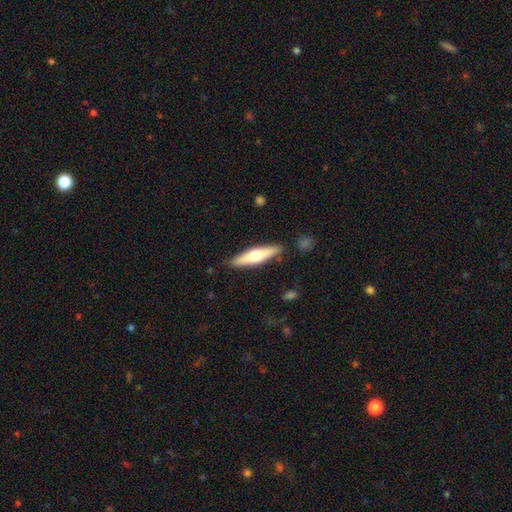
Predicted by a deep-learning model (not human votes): A featured or disk galaxy (48%).

Vote fractions:
- Smooth or featured? featured or disk: 48% / smooth: 47% / star or artifact: 5%
- Merging? none: 87% / minor disturbance: 9% / major disturbance: 2% / merger: 2%